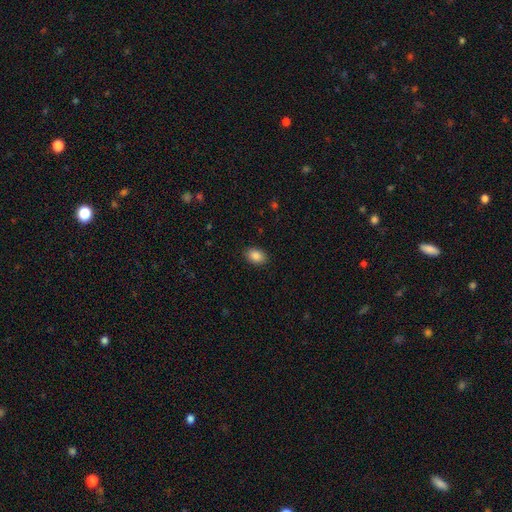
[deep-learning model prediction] A smooth galaxy with no disk features (87%) that is in between round and cigar-shaped (77%). Merging: none (88%).